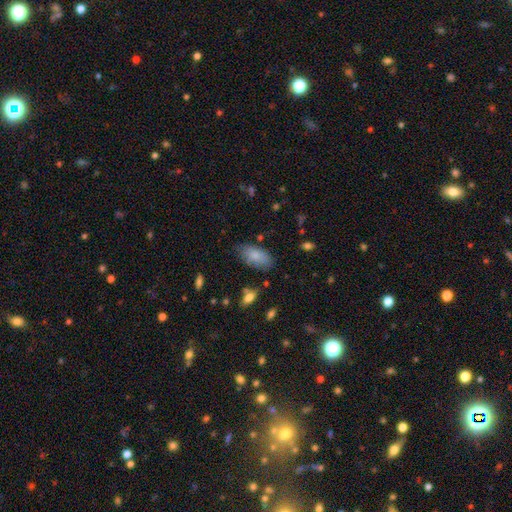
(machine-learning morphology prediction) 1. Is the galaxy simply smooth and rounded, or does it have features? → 83% smooth, 10% featured or disk, 7% star or artifact.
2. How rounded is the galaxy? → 93% in between, 5% cigar-shaped, 3% round.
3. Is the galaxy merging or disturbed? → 73% none, 20% minor disturbance, 5% major disturbance, 3% merger.